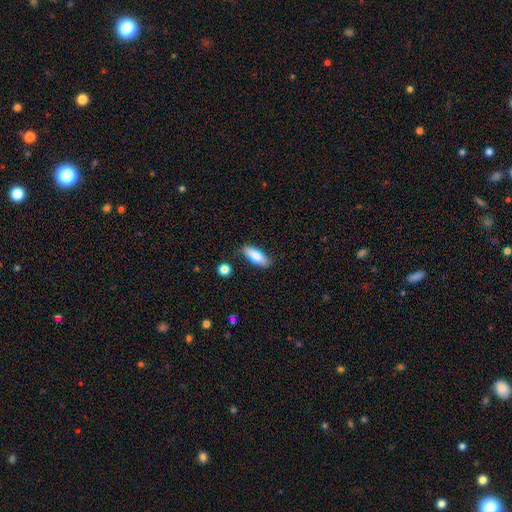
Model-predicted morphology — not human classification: A smooth galaxy with no disk features (77%) that is in between round and cigar-shaped (68%).

Vote fractions:
- Smooth or featured? smooth: 77% / featured or disk: 16% / star or artifact: 6%
- How rounded? in between: 68% / cigar-shaped: 30% / round: 2%
- Merging? none: 82% / minor disturbance: 12% / merger: 3% / major disturbance: 3%